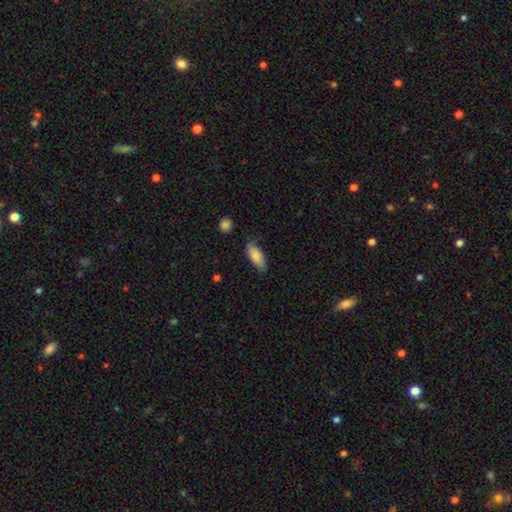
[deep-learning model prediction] A smooth galaxy with no disk features (83%) that is in between round and cigar-shaped (80%).

Vote fractions:
- Smooth or featured? smooth: 83% / featured or disk: 11% / star or artifact: 6%
- How rounded? in between: 80% / cigar-shaped: 19% / round: 2%
- Merging? none: 70% / minor disturbance: 24% / major disturbance: 4% / merger: 2%